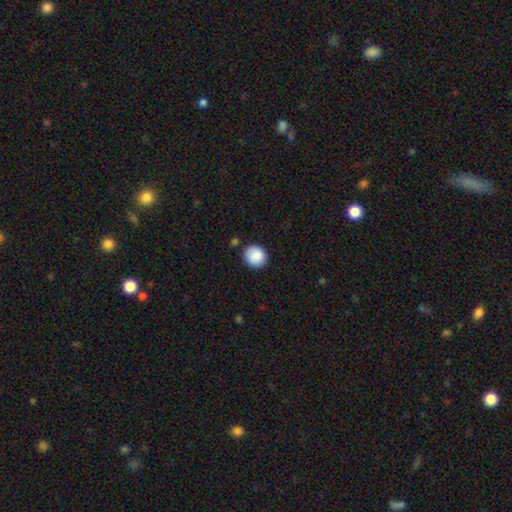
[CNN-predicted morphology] type=smooth (88%); roundness=round (86%); merging=none (85%).